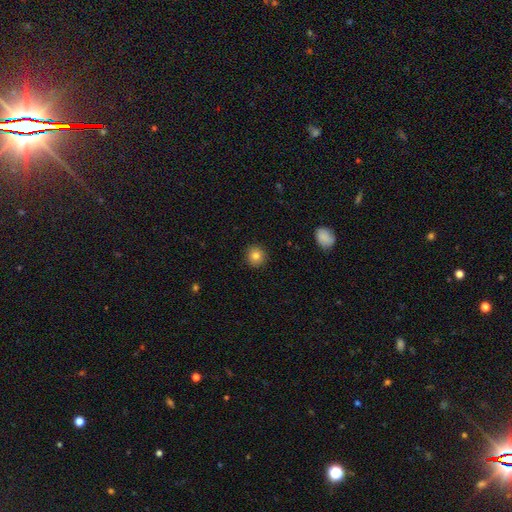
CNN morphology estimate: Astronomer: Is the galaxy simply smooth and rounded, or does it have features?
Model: smooth — 81%.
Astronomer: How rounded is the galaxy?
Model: round — 93%.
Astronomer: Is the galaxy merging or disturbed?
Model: none — 91%.